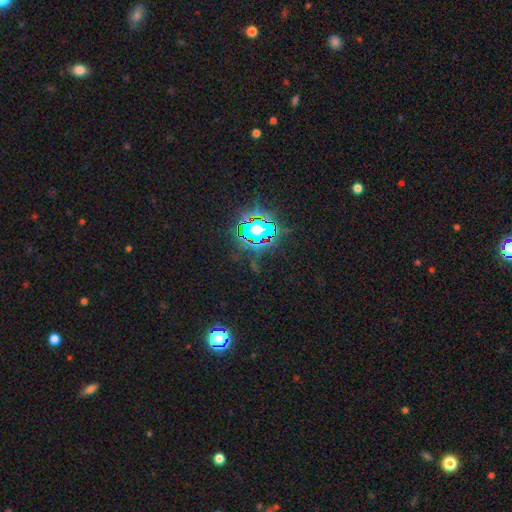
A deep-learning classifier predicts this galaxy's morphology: This appears to be a star or artifact, not a galaxy (82%).